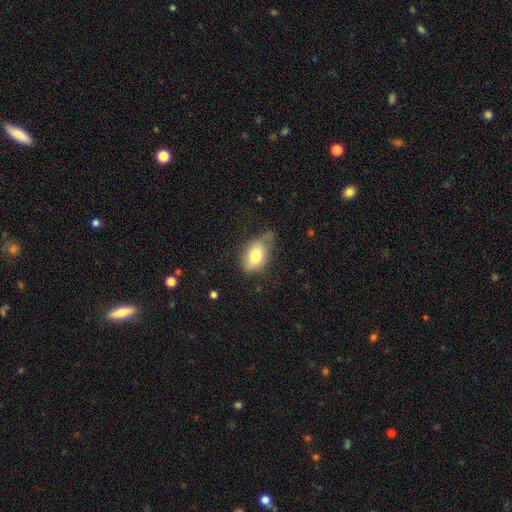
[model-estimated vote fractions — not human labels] Smooth or featured? smooth (76%)
How rounded? in between (88%)
Merging? none (43%)